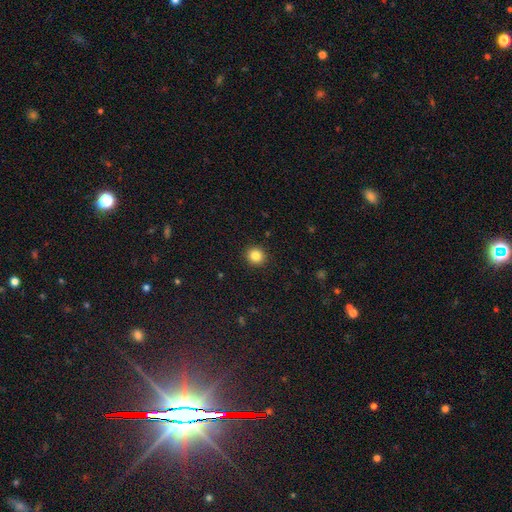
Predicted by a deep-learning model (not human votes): Smooth or featured? smooth (84%)
How rounded? round (92%)
Merging? none (93%)